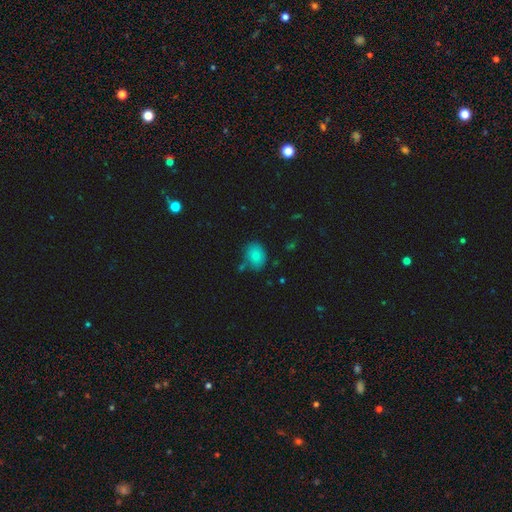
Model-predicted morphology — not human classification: Smooth or featured?
  - smooth: 82% *
  - star or artifact: 10%
  - featured or disk: 9%
How rounded?
  - in between: 59% *
  - round: 40%
  - cigar-shaped: 1%
Merging?
  - none: 69% *
  - minor disturbance: 18%
  - merger: 9%
  - major disturbance: 4%